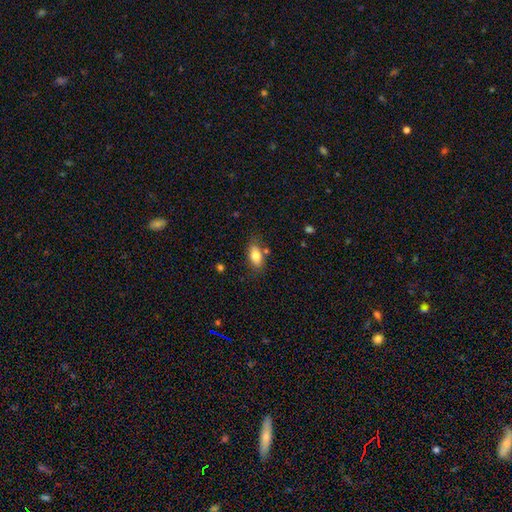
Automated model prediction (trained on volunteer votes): smooth-or-featured: smooth: 80% | featured or disk: 12% | star or artifact: 8%
  how-rounded: in between: 89% | cigar-shaped: 6% | round: 5%
  merging: none: 74% | minor disturbance: 16% | merger: 5% | major disturbance: 4%